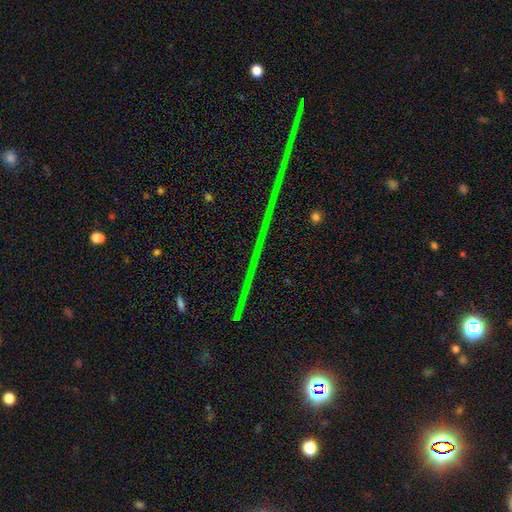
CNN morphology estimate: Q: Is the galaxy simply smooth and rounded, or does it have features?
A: star or artifact — 80%.